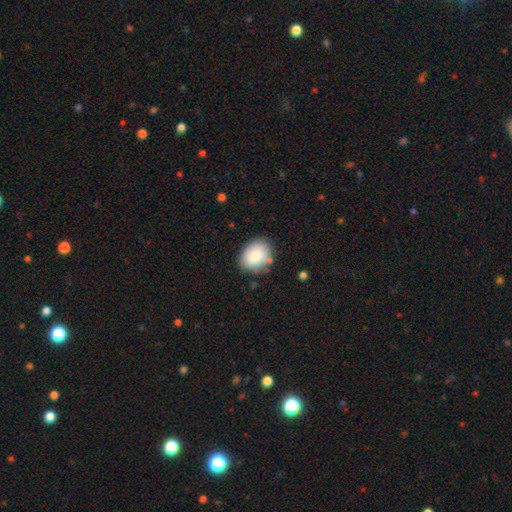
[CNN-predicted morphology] Smooth or featured?
  - smooth: 82% *
  - featured or disk: 10%
  - star or artifact: 7%
How rounded?
  - in between: 55% *
  - round: 44%
  - cigar-shaped: 1%
Merging?
  - none: 77% *
  - minor disturbance: 16%
  - major disturbance: 4%
  - merger: 3%